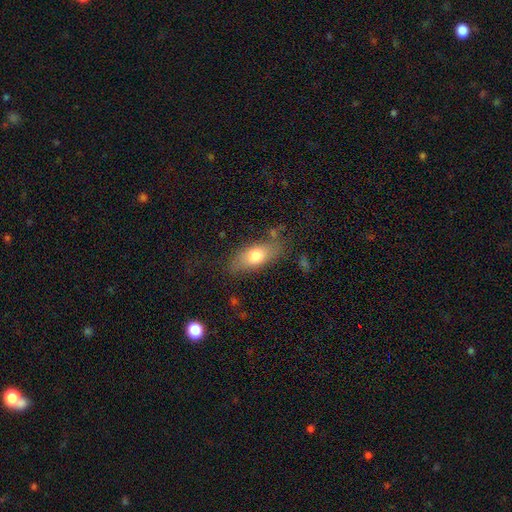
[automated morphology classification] A smooth galaxy with no disk features (73%) that is in between round and cigar-shaped (81%). Merging: none (72%).